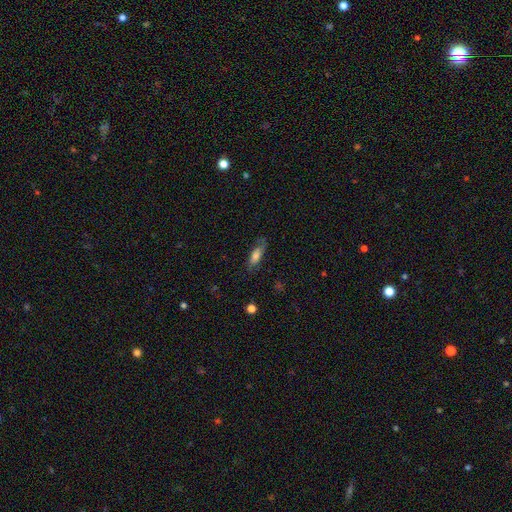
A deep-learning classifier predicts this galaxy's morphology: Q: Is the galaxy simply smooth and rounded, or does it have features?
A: smooth — 69%.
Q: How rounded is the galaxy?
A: in between — 62%.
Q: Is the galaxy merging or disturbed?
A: none — 68%.